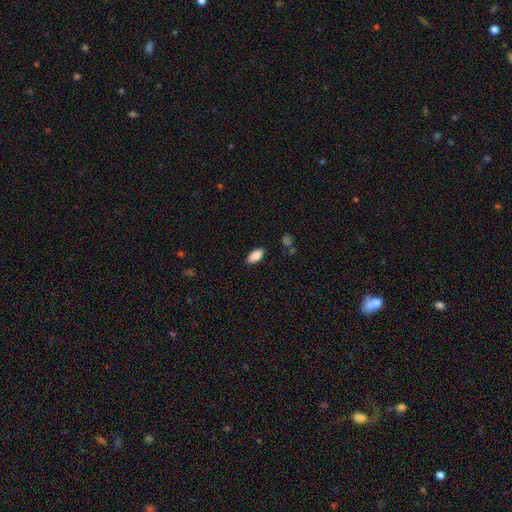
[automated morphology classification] smooth 88%, star or artifact 7%, featured or disk 5%. Down the decision tree: how rounded — in between (90%); merging — none (87%).